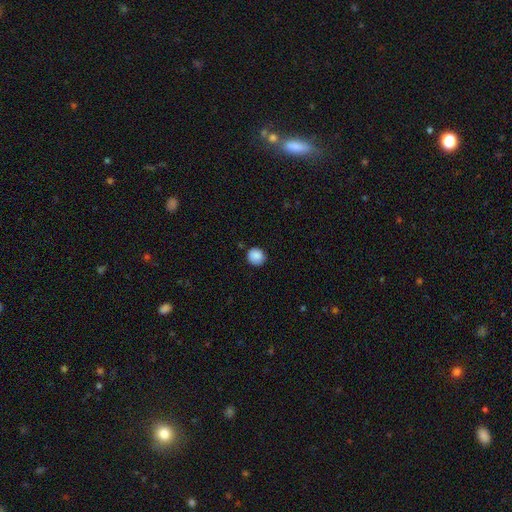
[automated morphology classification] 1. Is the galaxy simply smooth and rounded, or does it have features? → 87% smooth, 8% star or artifact, 4% featured or disk.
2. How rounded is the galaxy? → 92% round, 7% in between, 1% cigar-shaped.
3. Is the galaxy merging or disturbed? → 85% none, 11% minor disturbance, 2% major disturbance, 1% merger.